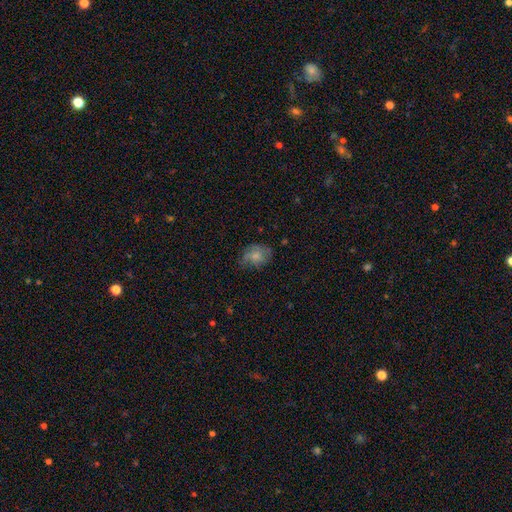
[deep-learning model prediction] Q: Smooth or featured?
A: smooth (68%); runner-up: featured or disk (23%)
Q: How rounded?
A: in between (70%); runner-up: round (29%)
Q: Merging?
A: none (55%); runner-up: minor disturbance (30%)